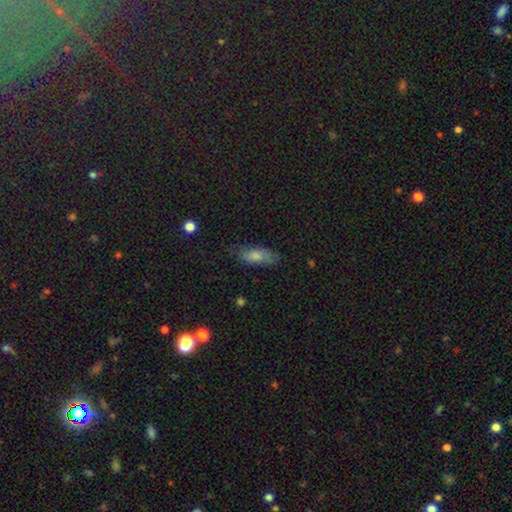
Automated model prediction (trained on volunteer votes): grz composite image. It shows a smooth galaxy with no disk features (76%) that is in between round and cigar-shaped (78%). Merging: none (69%).